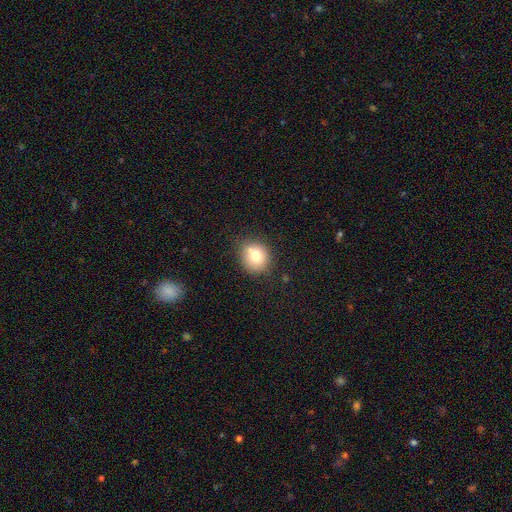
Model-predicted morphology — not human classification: smooth_or_featured: smooth (p=0.75) [alt: featured or disk p=0.14]
how_rounded: round (p=0.81) [alt: in between p=0.18]
merging: none (p=0.70) [alt: minor disturbance p=0.17]